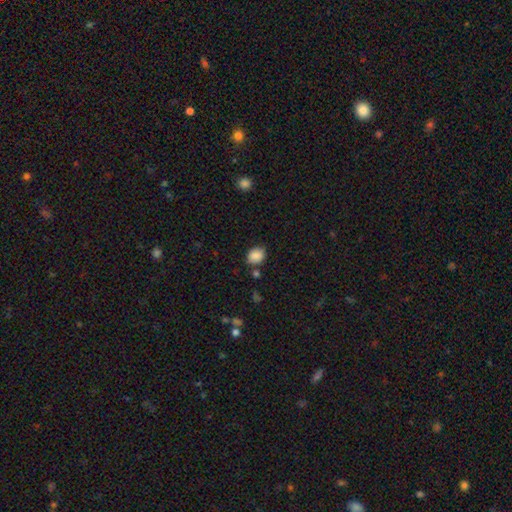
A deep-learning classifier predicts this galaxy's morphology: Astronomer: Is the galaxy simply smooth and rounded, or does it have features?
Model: smooth — 87%.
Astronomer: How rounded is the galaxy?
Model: in between — 55% (runner-up: round, 44%).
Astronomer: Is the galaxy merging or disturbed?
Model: none — 75%.